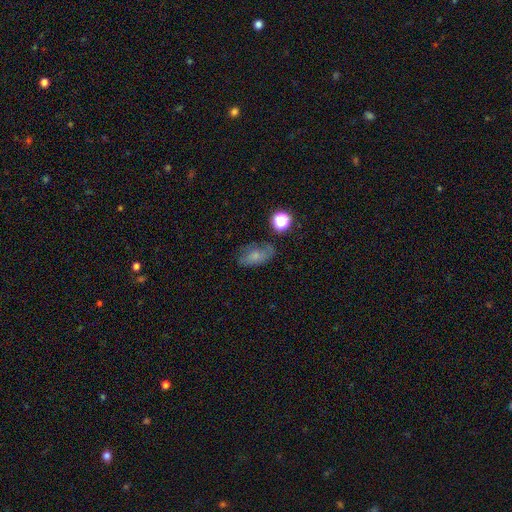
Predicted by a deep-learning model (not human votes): The model was most divided on "merging": none: 61%, minor disturbance: 26%, major disturbance: 10%, merger: 4%. More confident: how rounded — in between (86%); smooth or featured — smooth (65%).